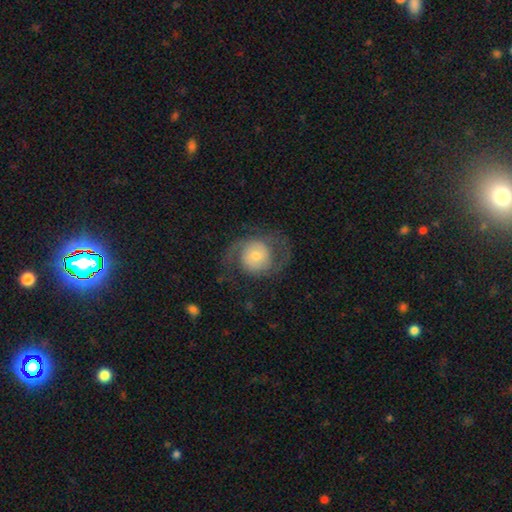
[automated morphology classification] Overall: featured or disk (75%). Edge-on disk: no (97%). Bar: no (69%). Spiral arms: yes (92%). Spiral arm count: 2 (89%). Spiral winding: medium (49%; loose 28%). Bulge size: small (49%; moderate 36%). Merging: none (71%).